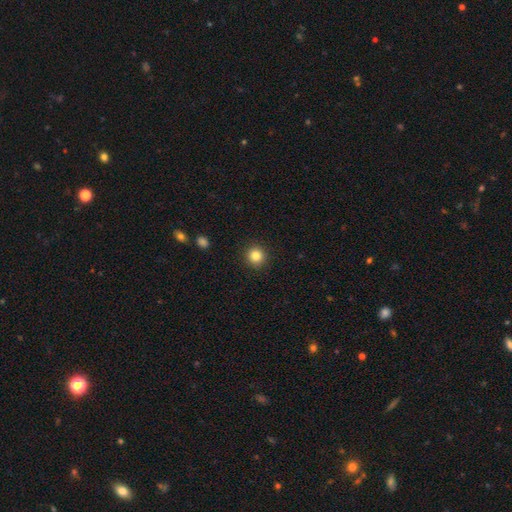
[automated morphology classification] type=smooth (84%); roundness=round (94%); merging=none (92%).